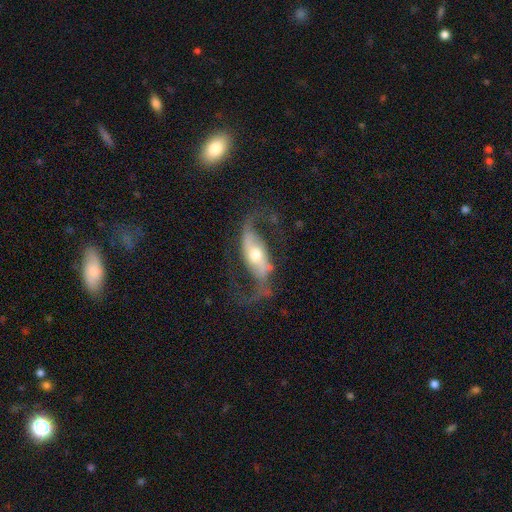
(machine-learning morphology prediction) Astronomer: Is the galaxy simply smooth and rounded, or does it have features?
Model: featured or disk — 87%.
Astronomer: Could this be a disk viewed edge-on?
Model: no — 92%.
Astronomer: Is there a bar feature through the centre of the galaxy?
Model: strong — 42% (runner-up: weak, 33%).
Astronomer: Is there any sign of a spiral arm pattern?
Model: yes — 94%.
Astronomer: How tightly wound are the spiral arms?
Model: loose — 67%.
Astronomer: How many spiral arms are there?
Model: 2 — 93%.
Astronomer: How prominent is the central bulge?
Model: moderate — 64%.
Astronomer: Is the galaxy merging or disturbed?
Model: none — 68%.